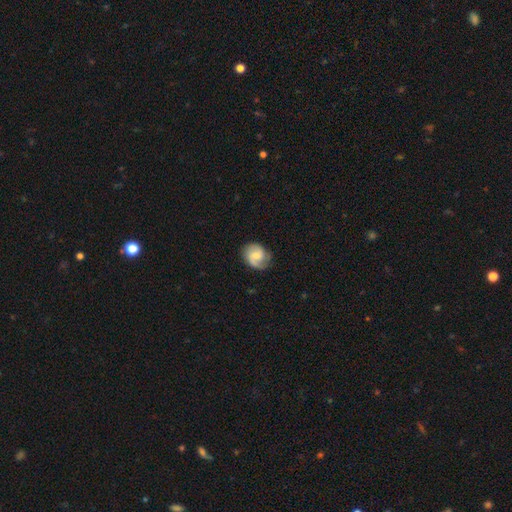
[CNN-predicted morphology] Smooth or featured? featured or disk (59%)
Edge-on disk? no (98%)
Bar? no (53%)
Spiral arms? yes (92%)
Spiral winding? medium (45%)
Spiral arm count? 2 (75%)
Bulge size? moderate (46%)
Merging? none (73%)